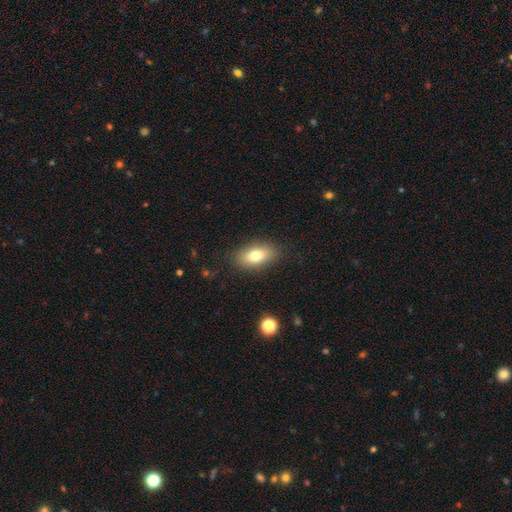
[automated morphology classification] This is likely a smooth galaxy (77%). How rounded: clearly in between (87%). Merging: clearly none (86%).